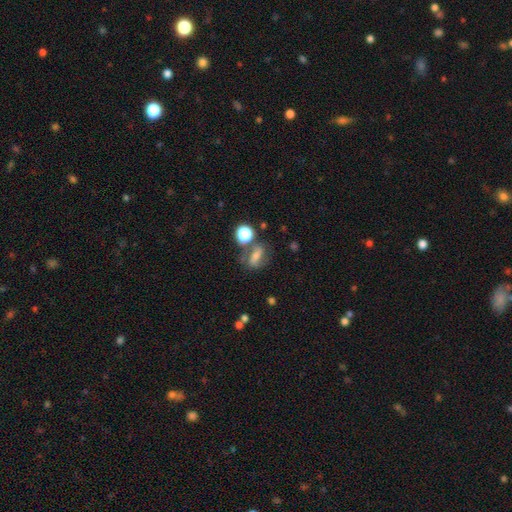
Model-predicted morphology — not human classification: type=smooth (44%); merging=none (55%).